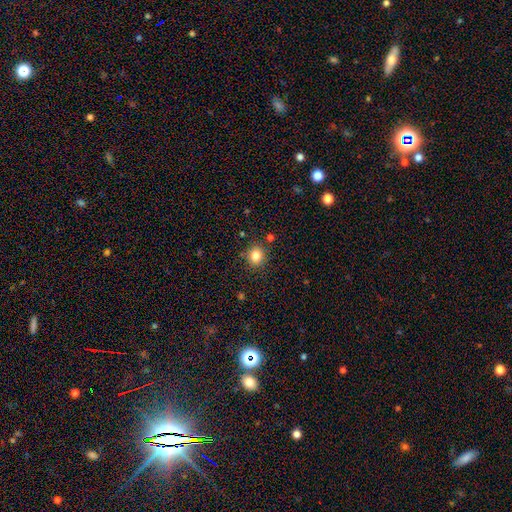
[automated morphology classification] Smooth or featured? Predicted: smooth (p=0.82). How rounded? Predicted: round (p=0.81). Merging? Predicted: none (p=0.86).